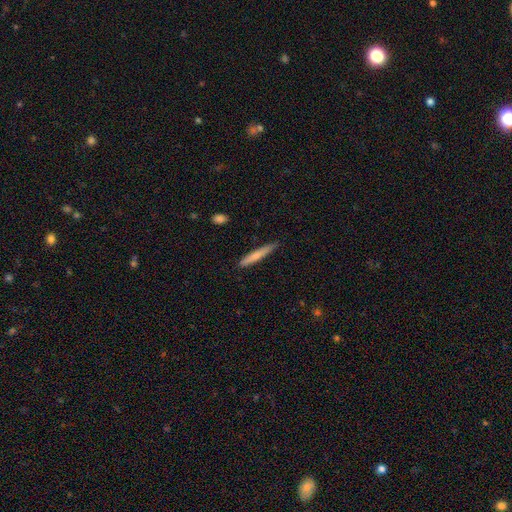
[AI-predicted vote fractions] Smooth or featured?
  - smooth: 69% *
  - featured or disk: 25%
  - star or artifact: 6%
How rounded?
  - cigar-shaped: 95% *
  - in between: 4%
  - round: 1%
Merging?
  - none: 82% *
  - minor disturbance: 15%
  - major disturbance: 2%
  - merger: 2%